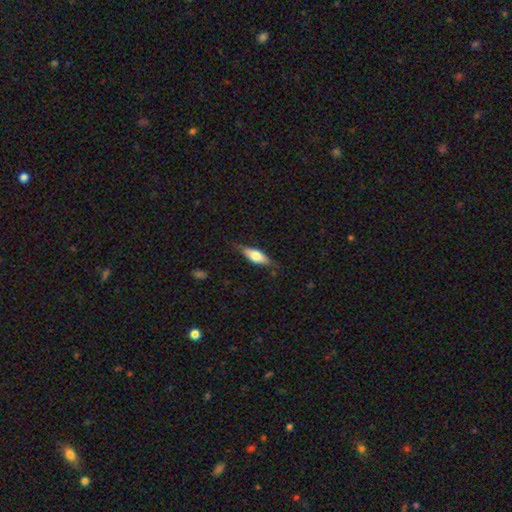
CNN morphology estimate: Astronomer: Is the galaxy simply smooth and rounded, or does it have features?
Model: smooth — 52% (runner-up: featured or disk, 42%).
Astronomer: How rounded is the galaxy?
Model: in between — 57% (runner-up: cigar-shaped, 40%).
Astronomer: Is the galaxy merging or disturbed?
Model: none — 76%.